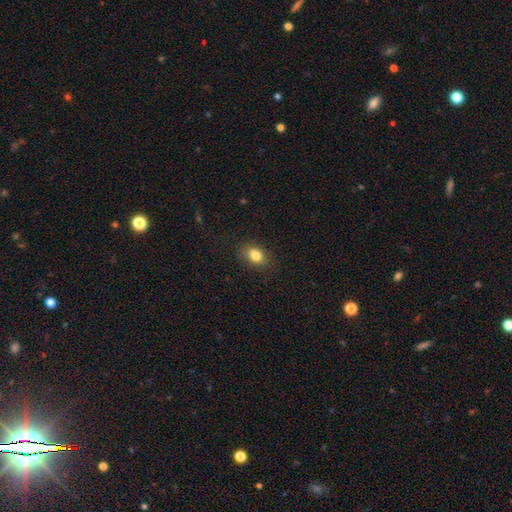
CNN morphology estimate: Smooth or featured: smooth — 82% (star or artifact — 10%)
How rounded: in between — 79% (round — 19%)
Merging: none — 82% (minor disturbance — 13%)